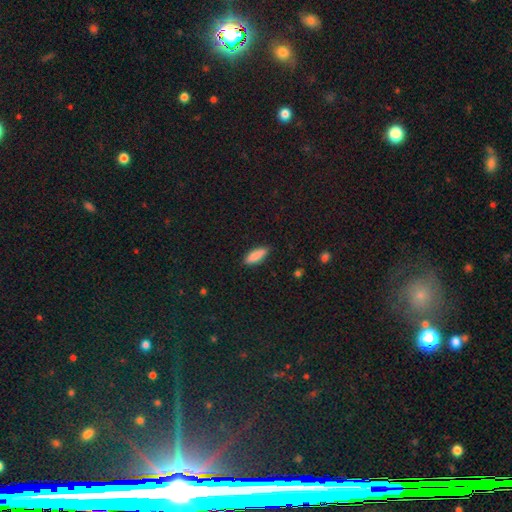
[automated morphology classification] smooth-or-featured: smooth: 86% | featured or disk: 7% | star or artifact: 6%
  how-rounded: in between: 55% | cigar-shaped: 44% | round: 2%
  merging: none: 86% | minor disturbance: 11% | major disturbance: 2% | merger: 1%